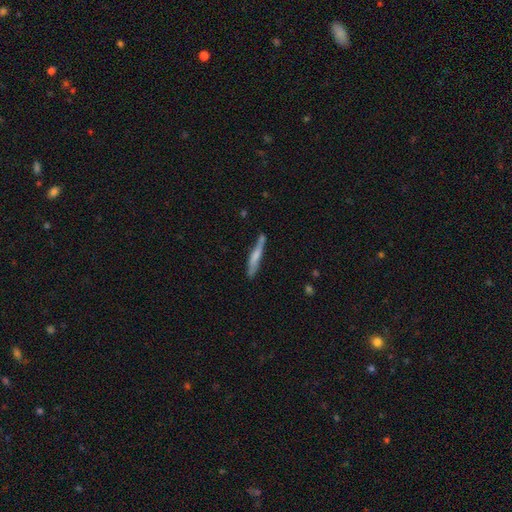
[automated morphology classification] Overall: smooth (57%; featured or disk 37%). How rounded: cigar-shaped (93%). Merging: none (71%).